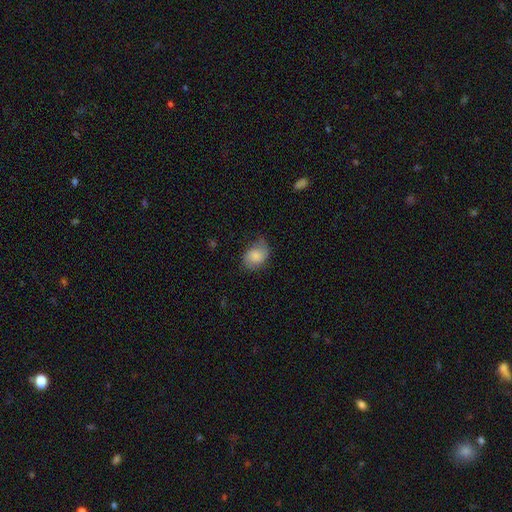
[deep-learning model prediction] Smooth or featured? Predicted: smooth (p=0.73). How rounded? Predicted: in between (p=0.68). Merging? Predicted: none (p=0.55).